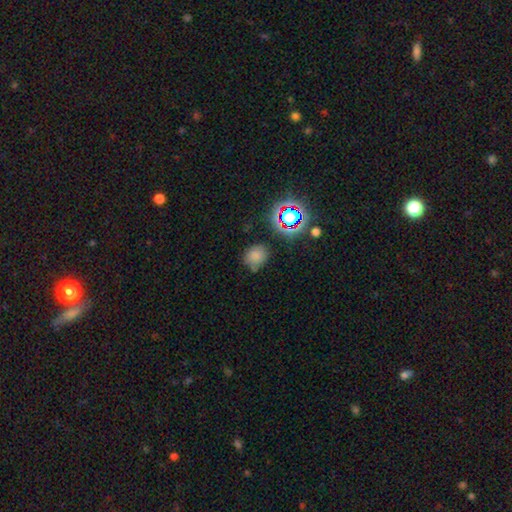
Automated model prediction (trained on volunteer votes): Smooth or featured?
  - smooth: 72% *
  - star or artifact: 20%
  - featured or disk: 8%
How rounded?
  - round: 67% *
  - in between: 32%
  - cigar-shaped: 1%
Merging?
  - none: 67% *
  - minor disturbance: 22%
  - merger: 6%
  - major disturbance: 6%